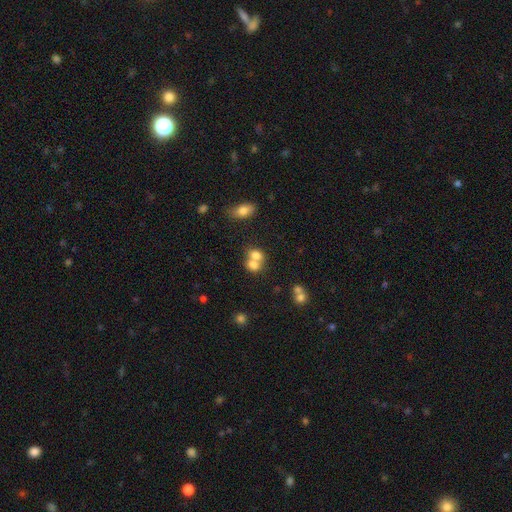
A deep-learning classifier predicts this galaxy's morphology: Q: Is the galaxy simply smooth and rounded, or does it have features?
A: smooth — 74%.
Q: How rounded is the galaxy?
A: in between — 54%.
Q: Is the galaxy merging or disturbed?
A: merger — 65%.